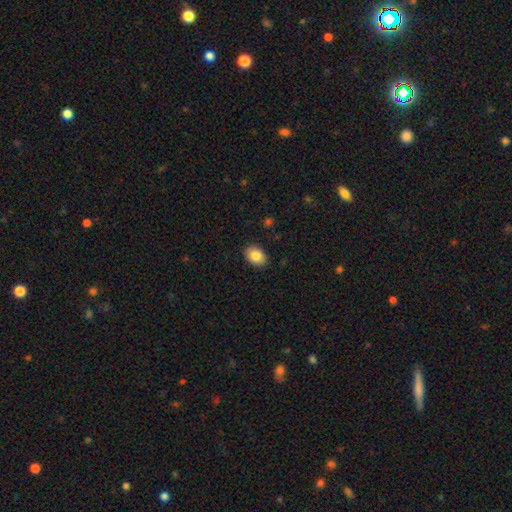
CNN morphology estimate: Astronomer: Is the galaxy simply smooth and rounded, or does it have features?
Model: smooth — 85%.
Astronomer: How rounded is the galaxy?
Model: in between — 78%.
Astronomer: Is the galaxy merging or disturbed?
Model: none — 88%.